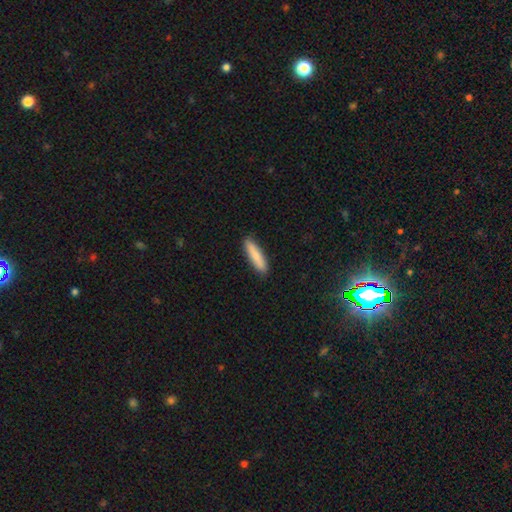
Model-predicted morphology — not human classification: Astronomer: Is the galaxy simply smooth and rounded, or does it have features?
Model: smooth — 80%.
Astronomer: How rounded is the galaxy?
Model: cigar-shaped — 78%.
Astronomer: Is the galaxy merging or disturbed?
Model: none — 89%.